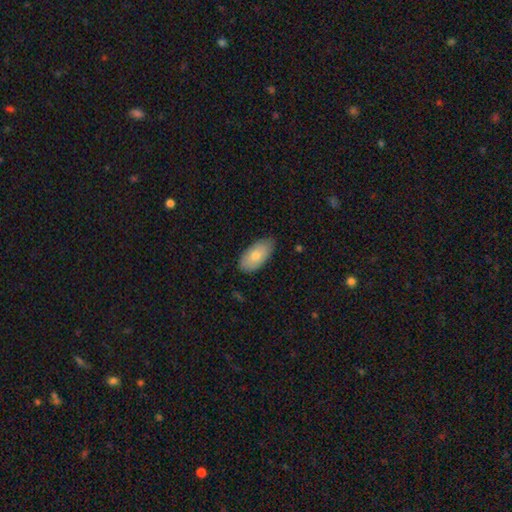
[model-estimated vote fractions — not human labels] Morphology: type=smooth (78%); roundness=in between (94%); merging=none (78%).